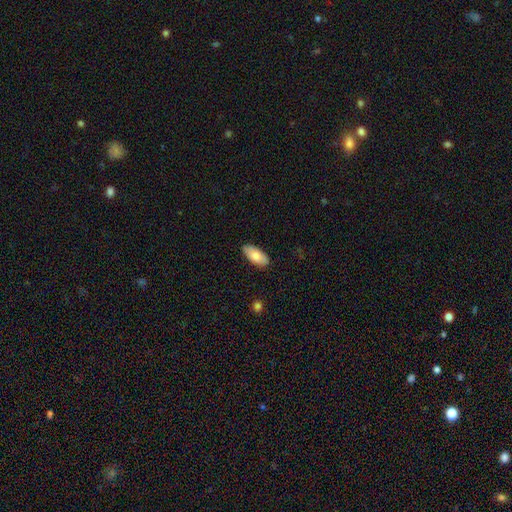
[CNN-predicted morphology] Smooth or featured: smooth — 80% (featured or disk — 14%)
How rounded: in between — 91% (cigar-shaped — 7%)
Merging: none — 85% (minor disturbance — 12%)